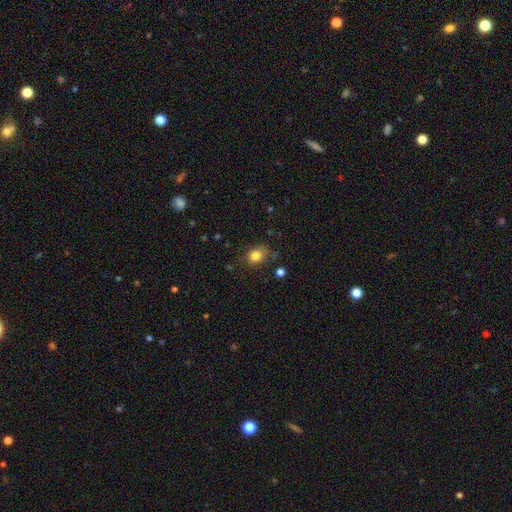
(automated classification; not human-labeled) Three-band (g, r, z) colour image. It shows a smooth galaxy with no disk features (82%) that is in between round and cigar-shaped (58%). Merging: none (74%).